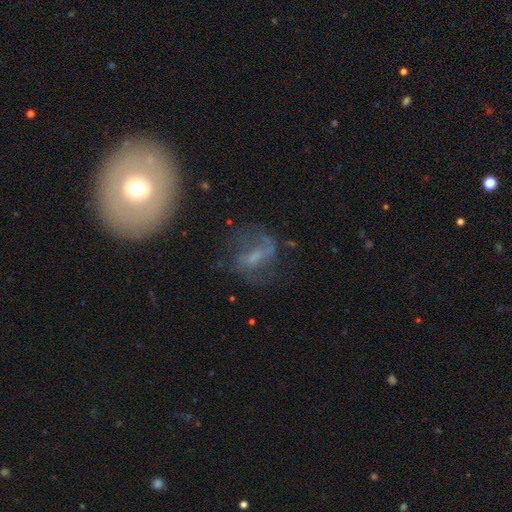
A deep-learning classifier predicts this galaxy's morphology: smooth_or_featured: featured or disk (p=0.55) [alt: smooth p=0.29]
disk_edge_on: no (p=0.93) [alt: yes p=0.07]
bar: no (p=0.43) [alt: weak p=0.38]
has_spiral_arms: yes (p=0.53) [alt: no p=0.47]
bulge_size: none (p=0.35) [alt: small p=0.34]
merging: none (p=0.47) [alt: major disturbance p=0.27]